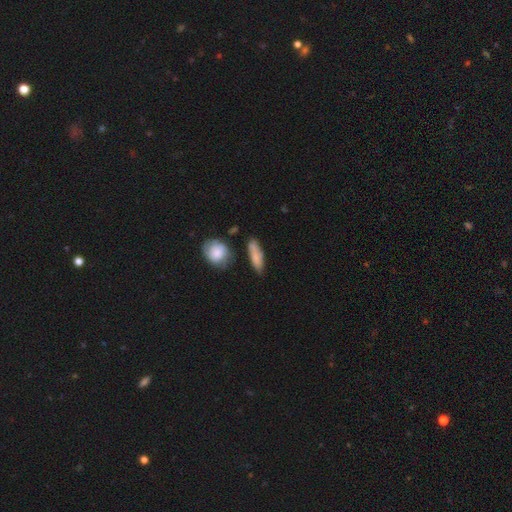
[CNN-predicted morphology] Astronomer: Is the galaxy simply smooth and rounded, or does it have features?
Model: smooth — 77%.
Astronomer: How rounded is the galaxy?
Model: cigar-shaped — 48%, tied with in between at 48%.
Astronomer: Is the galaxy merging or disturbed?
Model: none — 66%.